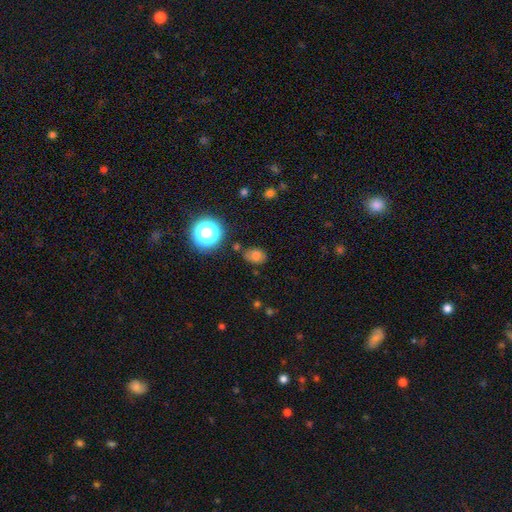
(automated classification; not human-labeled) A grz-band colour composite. It shows a smooth galaxy with no disk features (70%) that is in between round and cigar-shaped (64%). Merging: none (72%).